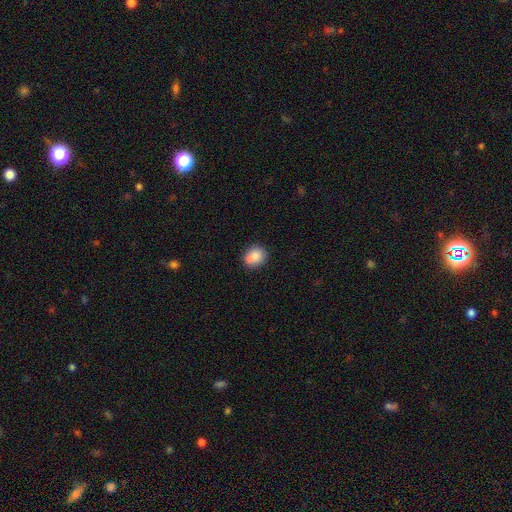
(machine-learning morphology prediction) Smooth or featured? Predicted: smooth (p=0.79). How rounded? Predicted: round (p=0.70). Merging? Predicted: none (p=0.53).